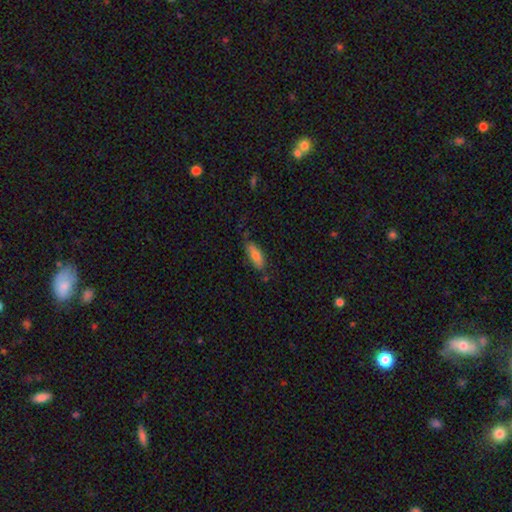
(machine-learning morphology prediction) Smooth or featured? smooth (75%)
How rounded? in between (68%)
Merging? none (73%)